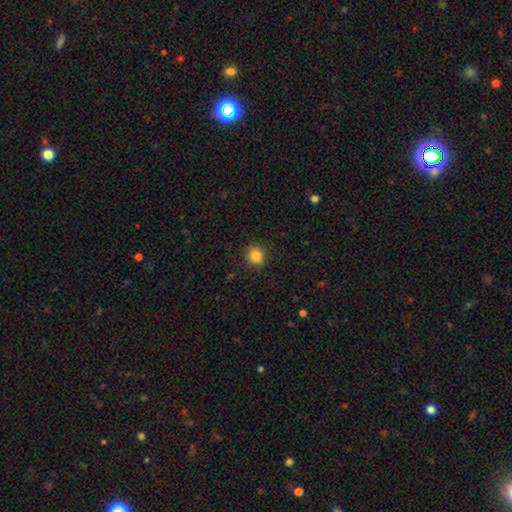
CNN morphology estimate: Overall: smooth (84%). How rounded: round (87%). Merging: none (91%).